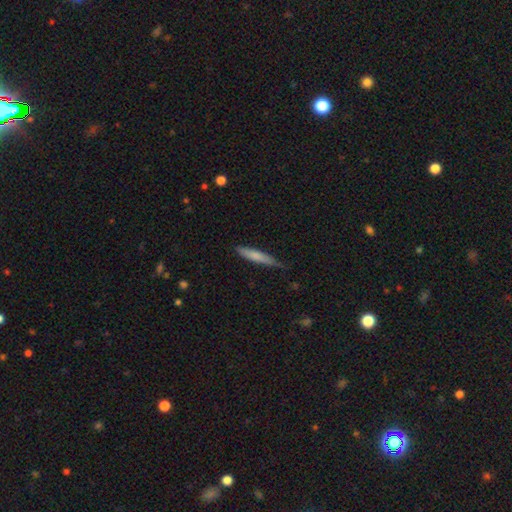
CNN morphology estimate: smooth-or-featured: smooth: 70% | featured or disk: 24% | star or artifact: 6%
  how-rounded: cigar-shaped: 91% | in between: 8% | round: 1%
  merging: none: 70% | minor disturbance: 24% | major disturbance: 4% | merger: 2%